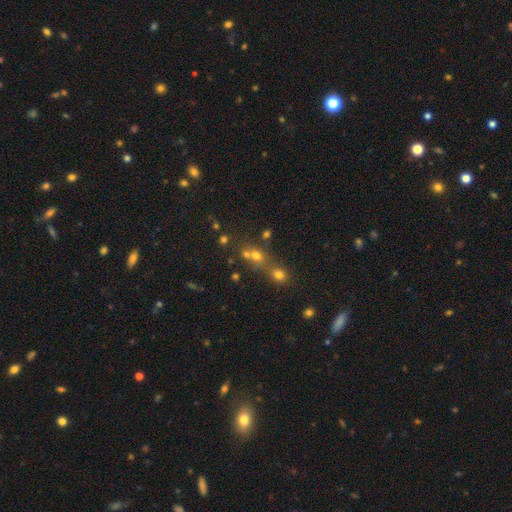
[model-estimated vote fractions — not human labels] A smooth galaxy with no disk features (50%). Merging: none (46%).